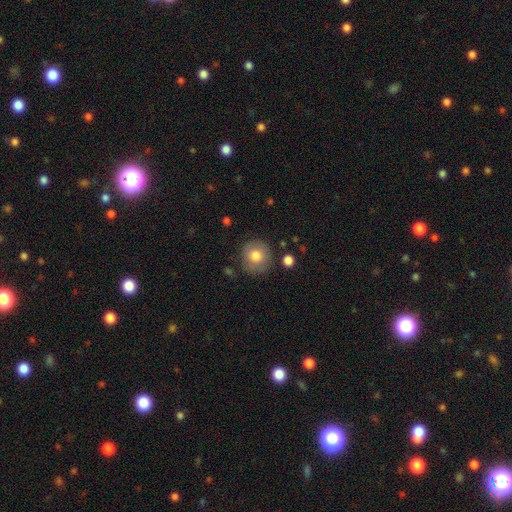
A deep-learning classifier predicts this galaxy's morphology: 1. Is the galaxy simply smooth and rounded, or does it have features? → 76% smooth, 16% featured or disk, 8% star or artifact.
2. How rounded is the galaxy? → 90% round, 9% in between, 1% cigar-shaped.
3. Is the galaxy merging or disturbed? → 81% none, 13% minor disturbance, 4% major disturbance, 2% merger.